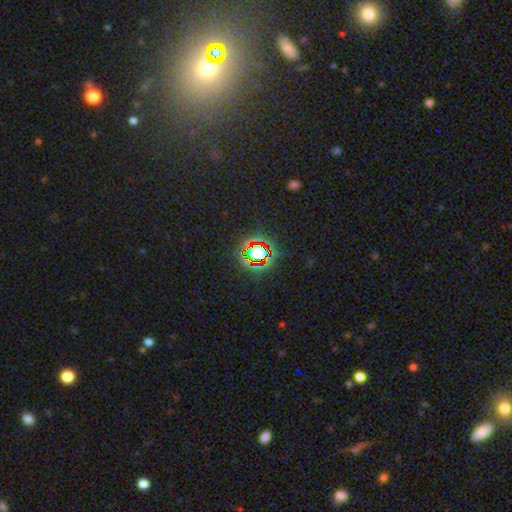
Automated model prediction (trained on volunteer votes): star or artifact 70%, smooth 19%, featured or disk 11%.